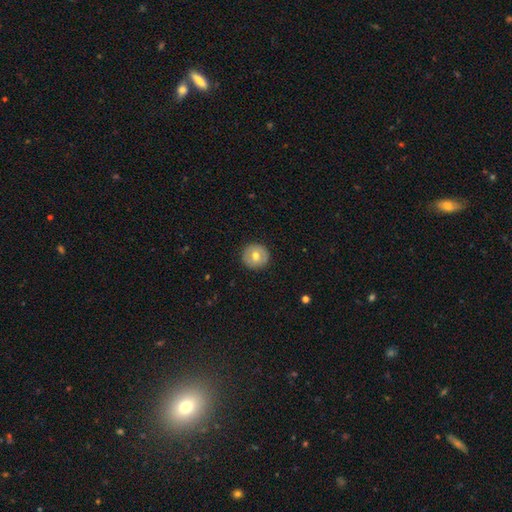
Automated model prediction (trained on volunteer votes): smooth_or_featured: smooth (p=0.66) [alt: featured or disk p=0.27]
how_rounded: round (p=0.95) [alt: in between p=0.04]
merging: none (p=0.91) [alt: minor disturbance p=0.06]